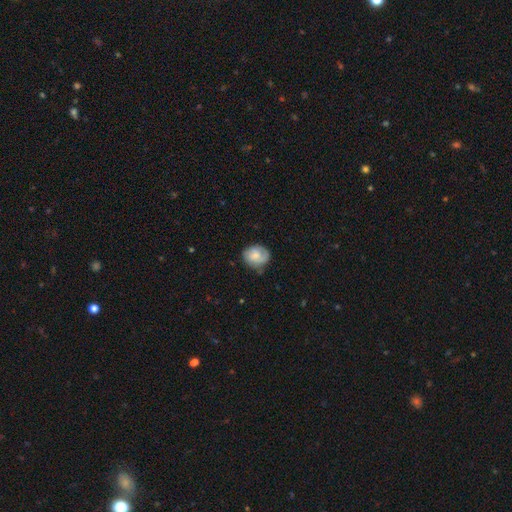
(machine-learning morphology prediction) This is possibly a smooth galaxy (53%). How rounded: likely round (62%). Merging: likely none (67%).